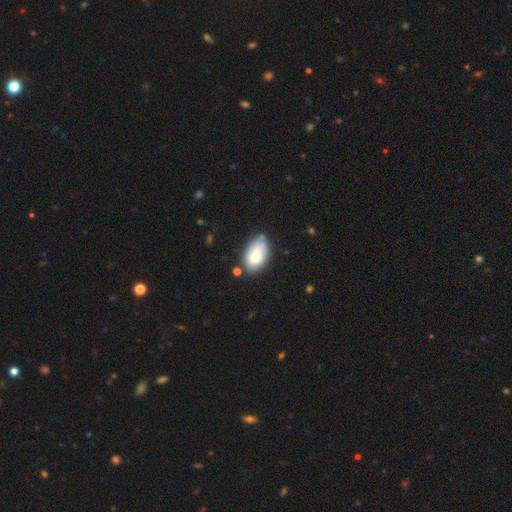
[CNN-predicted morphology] The model was most divided on "merging": none: 59%, minor disturbance: 26%, merger: 9%, major disturbance: 6%. More confident: how rounded — in between (92%); smooth or featured — smooth (73%).